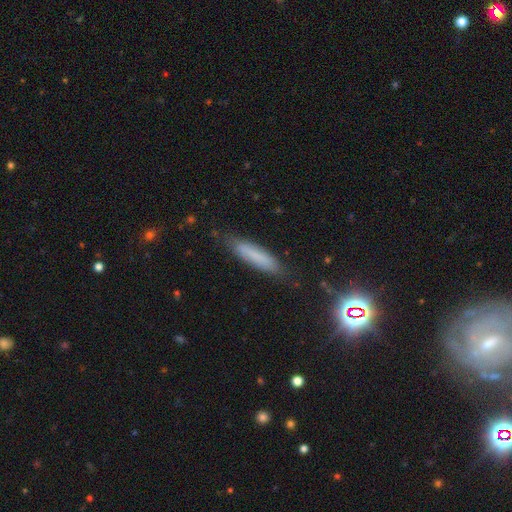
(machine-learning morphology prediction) smooth_or_featured: smooth (p=0.70) [alt: featured or disk p=0.18]
how_rounded: cigar-shaped (p=0.82) [alt: in between p=0.16]
merging: none (p=0.79) [alt: minor disturbance p=0.15]